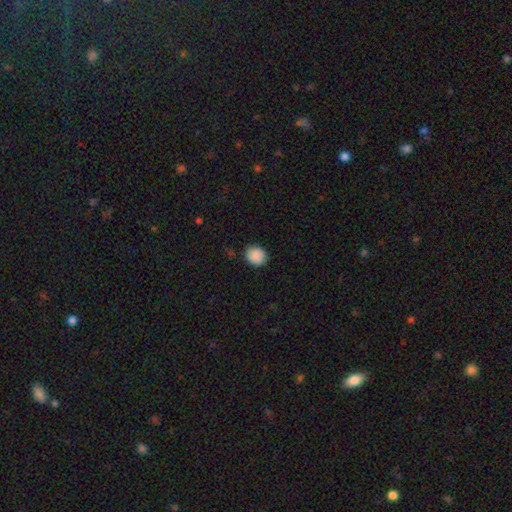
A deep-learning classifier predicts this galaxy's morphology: A smooth galaxy with no disk features (89%) that is round (76%). Merging: none (87%).